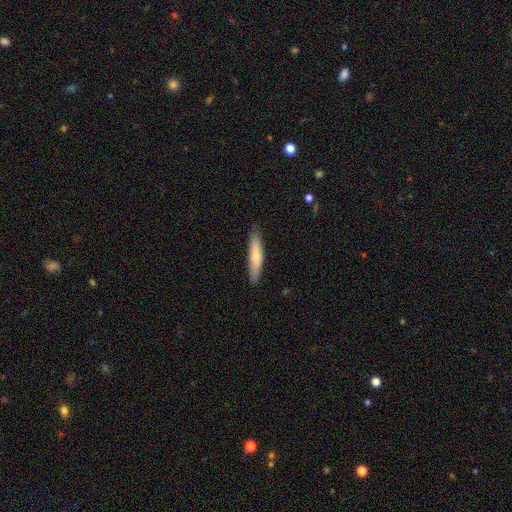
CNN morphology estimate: Smooth or featured? smooth (69%)
How rounded? cigar-shaped (85%)
Merging? none (87%)